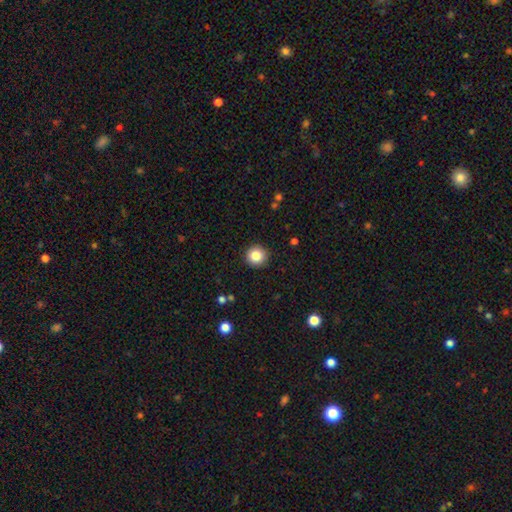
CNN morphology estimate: smooth-or-featured: smooth: 84% | star or artifact: 10% | featured or disk: 6%
  how-rounded: round: 95% | in between: 4% | cigar-shaped: 1%
  merging: none: 92% | minor disturbance: 5% | major disturbance: 2% | merger: 1%